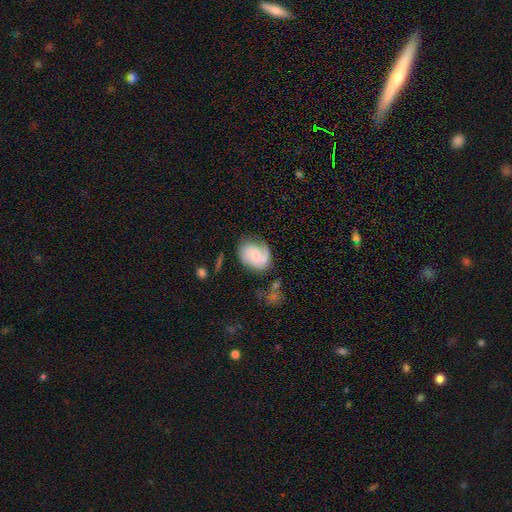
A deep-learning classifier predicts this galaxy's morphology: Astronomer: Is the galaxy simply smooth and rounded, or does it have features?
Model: featured or disk — 77%.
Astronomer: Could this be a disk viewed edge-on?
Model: no — 98%.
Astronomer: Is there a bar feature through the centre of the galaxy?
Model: no — 46%, tied with weak at 46%.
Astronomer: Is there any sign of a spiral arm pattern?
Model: yes — 95%.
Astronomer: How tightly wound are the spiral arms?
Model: medium — 48% (runner-up: tight, 31%).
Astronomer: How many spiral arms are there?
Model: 2 — 80%.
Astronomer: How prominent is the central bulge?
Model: moderate — 44%, tied with small at 44%.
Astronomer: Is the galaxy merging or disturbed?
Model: none — 69%.